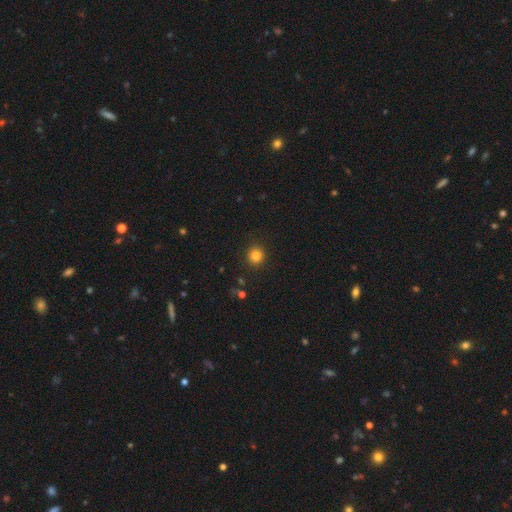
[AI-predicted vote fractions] smooth 83%, star or artifact 13%, featured or disk 4%. Down the decision tree: how rounded — round (91%); merging — none (89%).